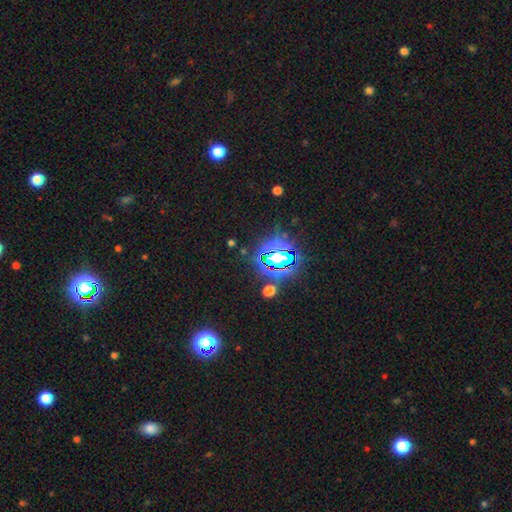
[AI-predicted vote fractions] Q: Smooth or featured?
A: star or artifact (82%); runner-up: smooth (12%)